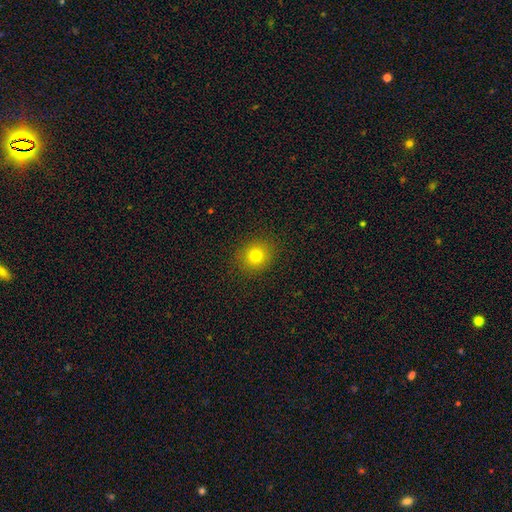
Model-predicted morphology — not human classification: This is likely a smooth galaxy (77%). How rounded: clearly round (82%). Merging: clearly none (89%).